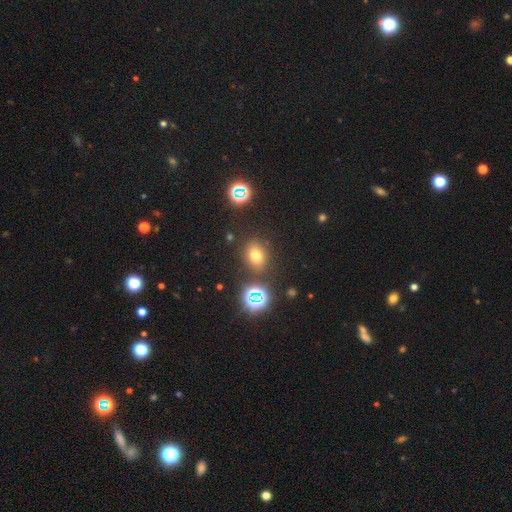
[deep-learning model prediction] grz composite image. It shows a smooth galaxy with no disk features (65%) that is round (50%). Merging: none (81%).